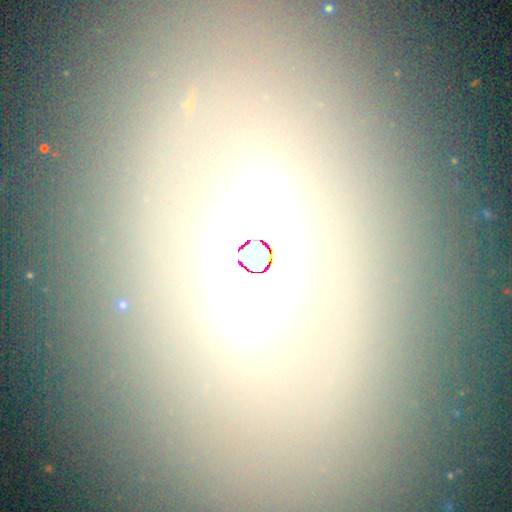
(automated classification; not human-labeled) Morphology: type=star or artifact (41%).